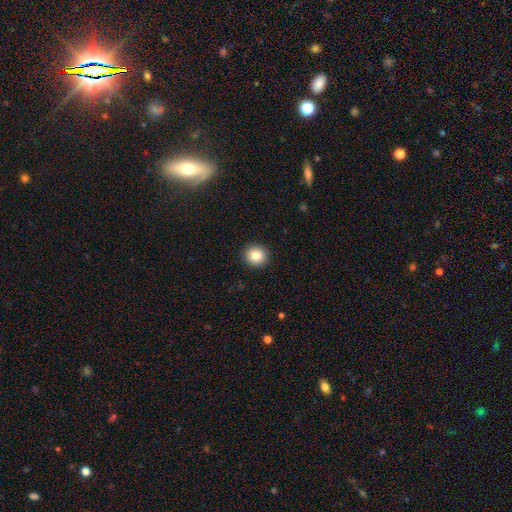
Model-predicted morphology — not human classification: The model was most divided on "smooth or featured": smooth: 84%, star or artifact: 10%, featured or disk: 6%. More confident: merging — none (93%); how rounded — round (91%).